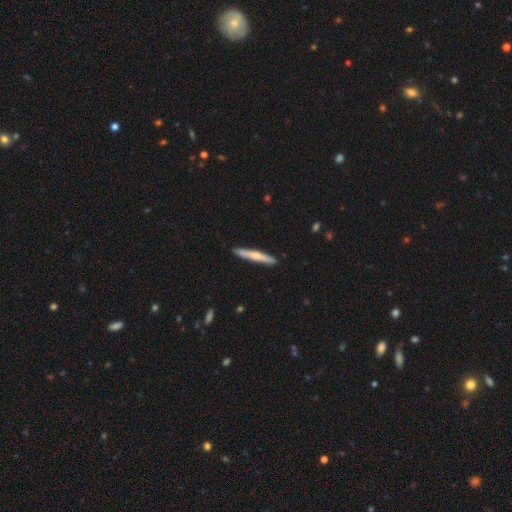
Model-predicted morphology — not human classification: smooth-or-featured: smooth: 54% | featured or disk: 41% | star or artifact: 5%
  how-rounded: cigar-shaped: 95% | in between: 3% | round: 1%
  merging: none: 90% | minor disturbance: 7% | major disturbance: 1% | merger: 1%